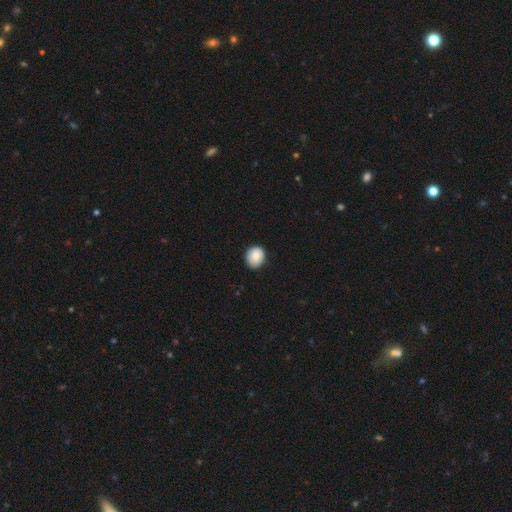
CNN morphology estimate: Smooth or featured? Predicted: smooth (p=0.84). How rounded? Predicted: round (p=0.71). Merging? Predicted: none (p=0.85).